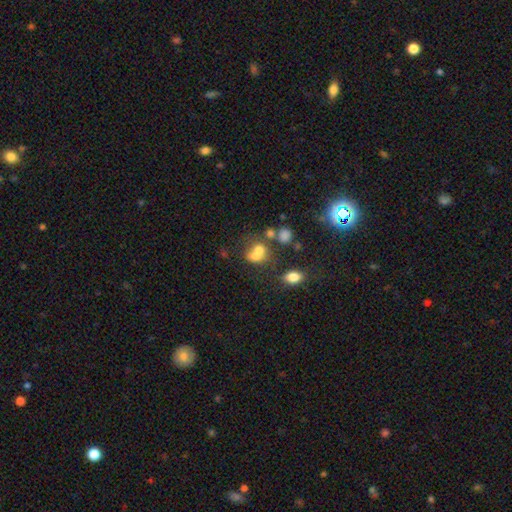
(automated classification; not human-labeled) smooth_or_featured: smooth (p=0.63) [alt: featured or disk p=0.19]
how_rounded: round (p=0.57) [alt: in between p=0.42]
merging: merger (p=0.51) [alt: none p=0.30]